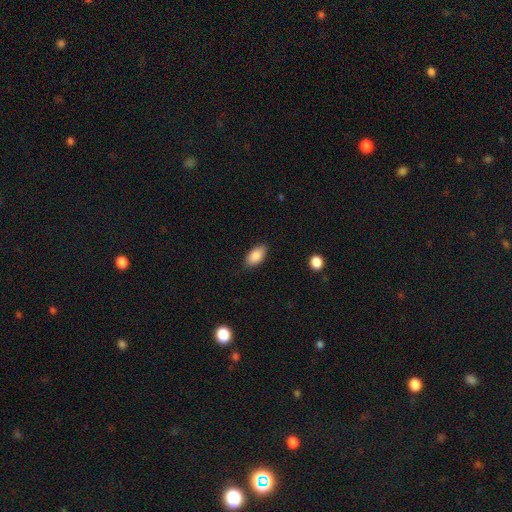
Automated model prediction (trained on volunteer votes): Q: Smooth or featured?
A: smooth (88%); runner-up: star or artifact (7%)
Q: How rounded?
A: in between (93%); runner-up: round (4%)
Q: Merging?
A: none (85%); runner-up: minor disturbance (12%)